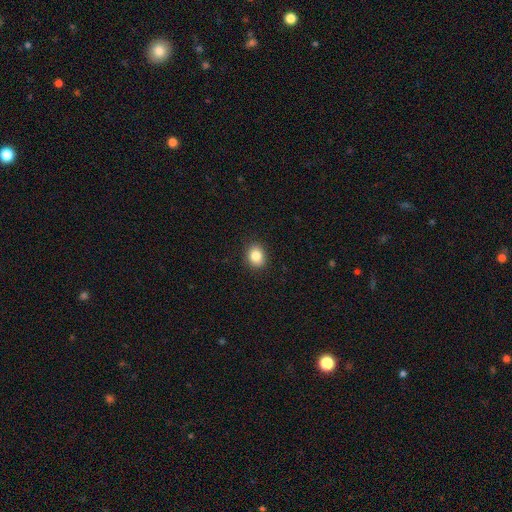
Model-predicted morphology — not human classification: A smooth galaxy with no disk features (85%) that is round (54%). Merging: none (90%).